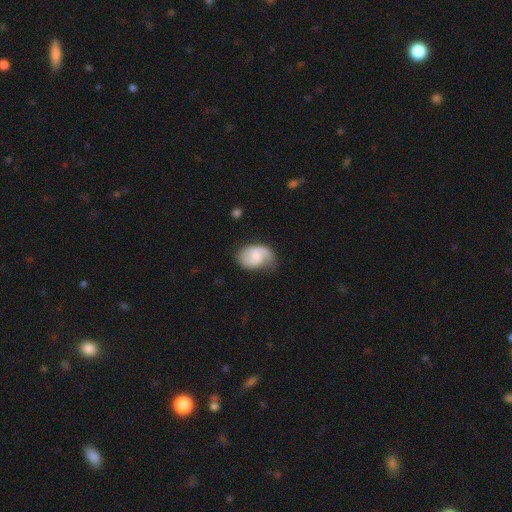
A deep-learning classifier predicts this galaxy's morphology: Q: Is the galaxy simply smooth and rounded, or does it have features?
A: featured or disk — 57%.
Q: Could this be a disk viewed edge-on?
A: no — 97%.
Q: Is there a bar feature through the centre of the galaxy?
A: no — 55%.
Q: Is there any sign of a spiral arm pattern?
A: yes — 92%.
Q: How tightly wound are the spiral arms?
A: loose — 40%, tied with medium.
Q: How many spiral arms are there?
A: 2 — 58%.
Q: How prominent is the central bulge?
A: small — 35%.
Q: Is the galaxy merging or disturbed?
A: none — 55%.